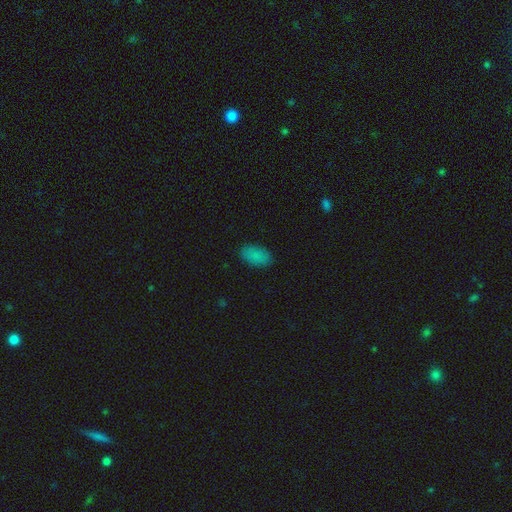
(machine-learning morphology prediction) Overall: smooth (86%). How rounded: in between (94%). Merging: none (85%).